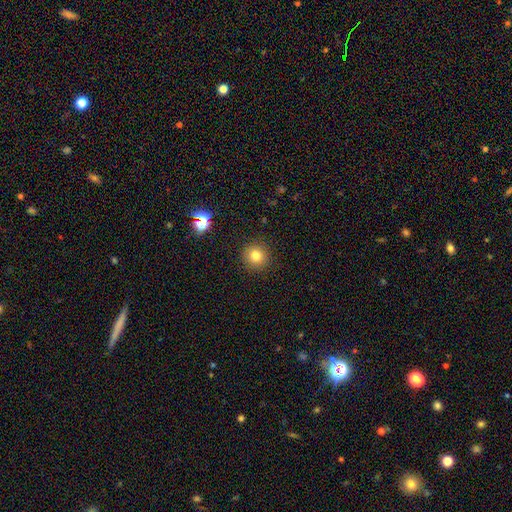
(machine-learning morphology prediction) This appears to be a smooth galaxy with no disk features (79%) that is round (93%). Merging: none (91%).